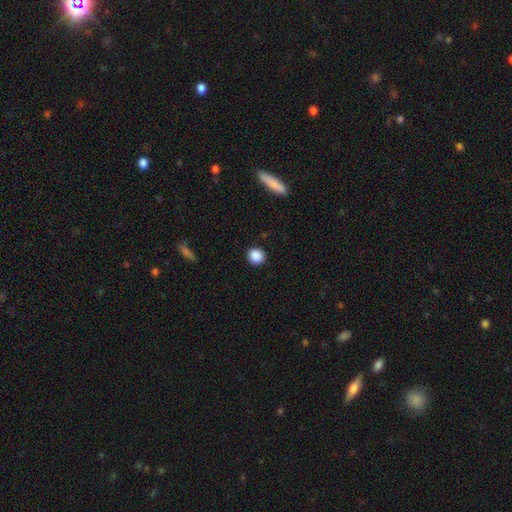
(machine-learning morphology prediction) Overall: smooth (88%). How rounded: round (89%). Merging: none (90%).